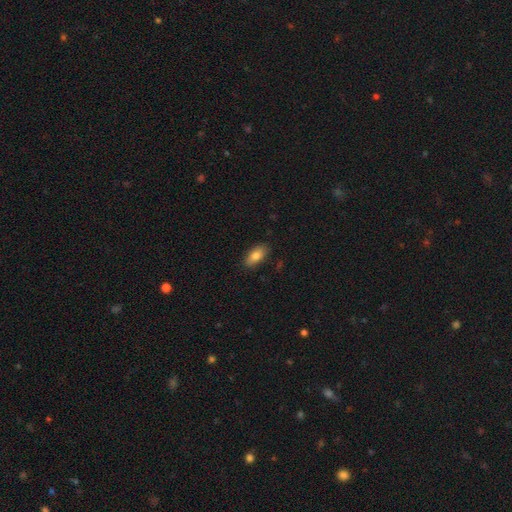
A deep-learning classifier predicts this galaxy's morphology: smooth-or-featured: smooth: 80% | featured or disk: 12% | star or artifact: 7%
  how-rounded: in between: 87% | cigar-shaped: 9% | round: 3%
  merging: none: 86% | minor disturbance: 10% | major disturbance: 2% | merger: 1%